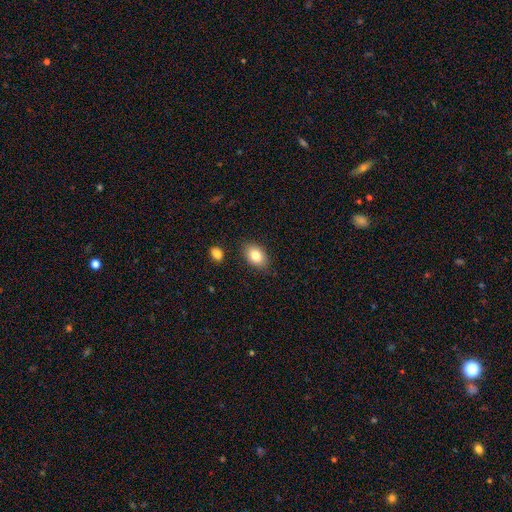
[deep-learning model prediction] A smooth galaxy with no disk features (82%) that is in between round and cigar-shaped (85%).

Vote fractions:
- Smooth or featured? smooth: 82% / featured or disk: 10% / star or artifact: 8%
- How rounded? in between: 85% / round: 14% / cigar-shaped: 1%
- Merging? none: 83% / minor disturbance: 12% / major disturbance: 3% / merger: 3%